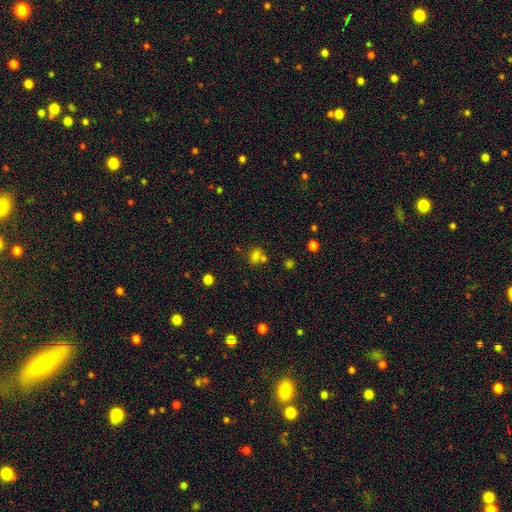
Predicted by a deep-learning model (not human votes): Smooth or featured: smooth — 71% (star or artifact — 20%)
How rounded: in between — 52% (round — 47%)
Merging: none — 54% (merger — 27%)